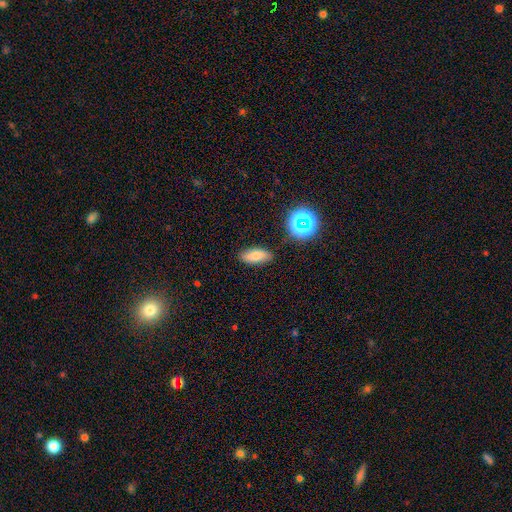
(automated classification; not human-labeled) Smooth or featured: smooth — 75% (star or artifact — 13%)
How rounded: in between — 79% (cigar-shaped — 16%)
Merging: none — 84% (minor disturbance — 11%)